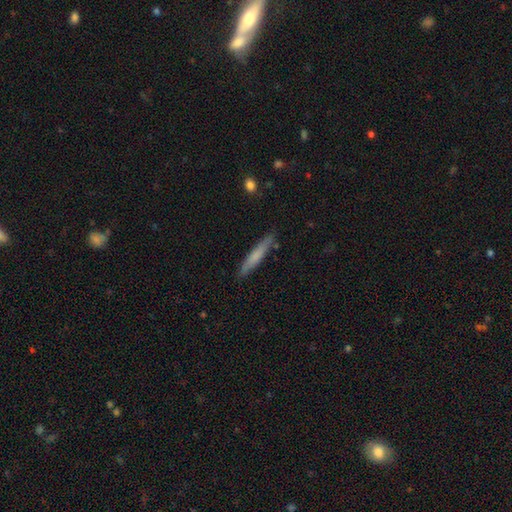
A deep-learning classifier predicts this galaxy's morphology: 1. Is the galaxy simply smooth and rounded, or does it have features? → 63% smooth, 31% featured or disk, 6% star or artifact.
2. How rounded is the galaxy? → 94% cigar-shaped, 5% in between, 1% round.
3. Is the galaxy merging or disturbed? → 87% none, 10% minor disturbance, 2% major disturbance, 1% merger.